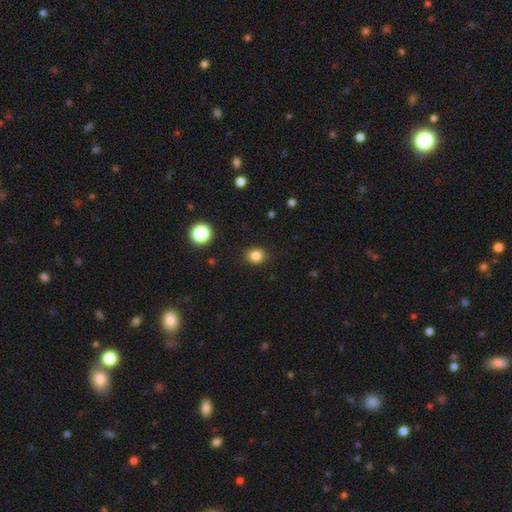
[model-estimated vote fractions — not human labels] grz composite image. It shows a smooth galaxy with no disk features (83%) that is round (69%). Merging: none (89%).